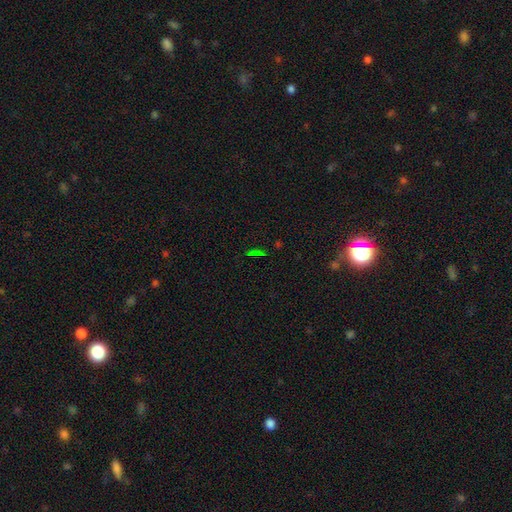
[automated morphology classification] This appears to be a star or artifact, not a galaxy (62%).